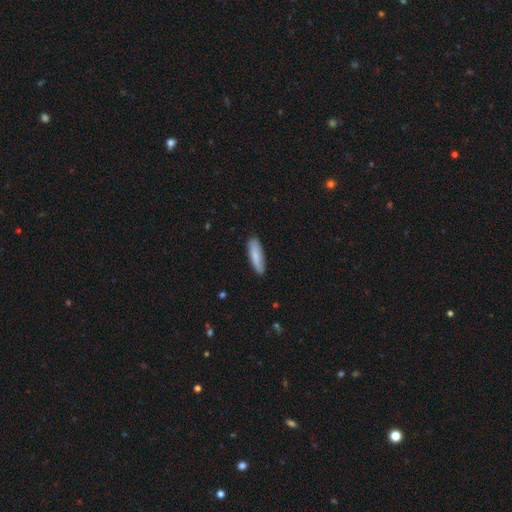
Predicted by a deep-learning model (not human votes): Morphology: type=smooth (79%); roundness=cigar-shaped (58%); merging=none (82%).